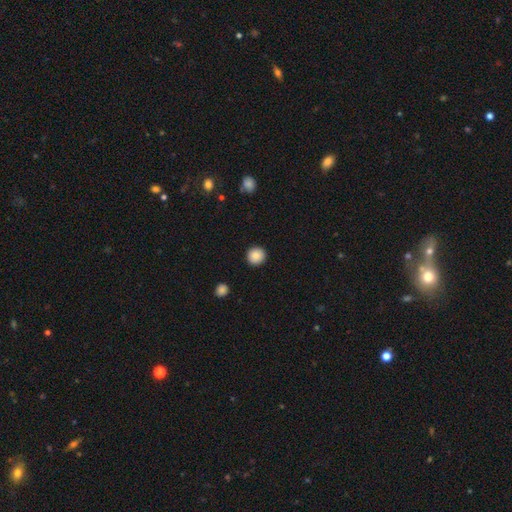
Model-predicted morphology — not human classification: Q: Smooth or featured?
A: smooth (86%); runner-up: star or artifact (9%)
Q: How rounded?
A: round (95%); runner-up: in between (4%)
Q: Merging?
A: none (93%); runner-up: minor disturbance (5%)